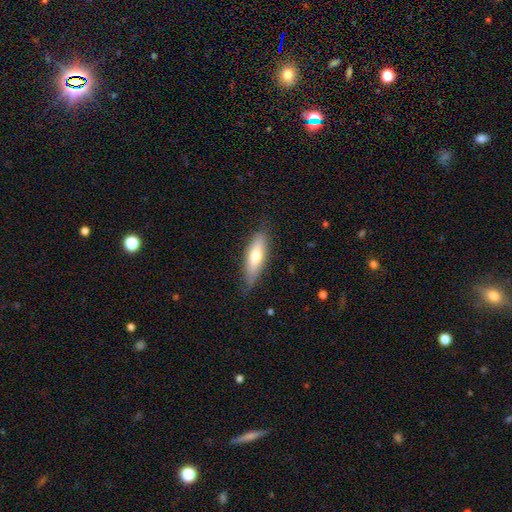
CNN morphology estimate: Smooth or featured? Predicted: smooth (p=0.68). How rounded? Predicted: in between (p=0.54). Merging? Predicted: none (p=0.74).